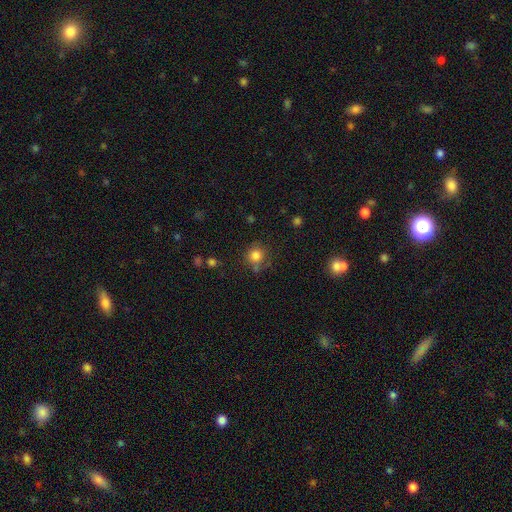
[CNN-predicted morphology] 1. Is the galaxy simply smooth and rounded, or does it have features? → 82% smooth, 12% star or artifact, 6% featured or disk.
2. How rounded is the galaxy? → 89% round, 10% in between, 1% cigar-shaped.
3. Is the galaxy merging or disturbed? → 72% none, 14% minor disturbance, 9% merger, 5% major disturbance.